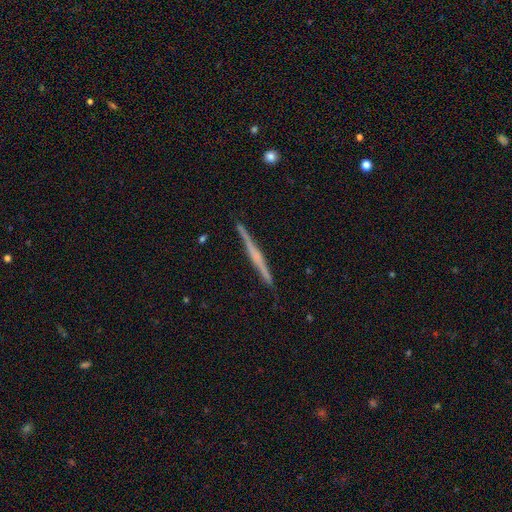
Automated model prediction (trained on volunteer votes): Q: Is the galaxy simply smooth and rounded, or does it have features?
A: featured or disk — 66%.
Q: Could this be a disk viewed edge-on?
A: yes — 98%.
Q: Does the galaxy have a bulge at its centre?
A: none — 57%.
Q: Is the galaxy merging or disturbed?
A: none — 91%.